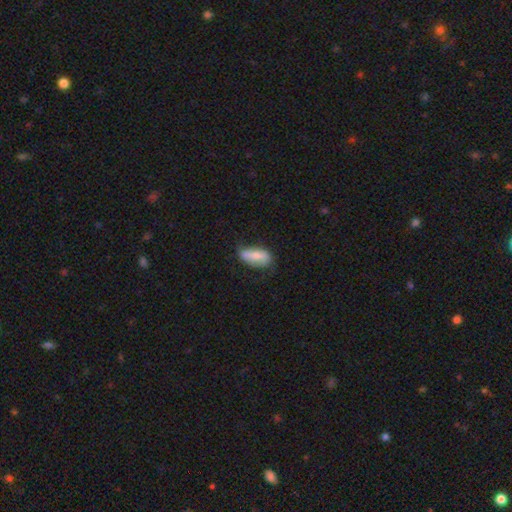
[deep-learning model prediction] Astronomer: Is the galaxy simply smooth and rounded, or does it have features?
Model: smooth — 68%.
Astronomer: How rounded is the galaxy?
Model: in between — 82%.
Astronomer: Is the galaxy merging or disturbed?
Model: none — 52% (runner-up: minor disturbance, 35%).